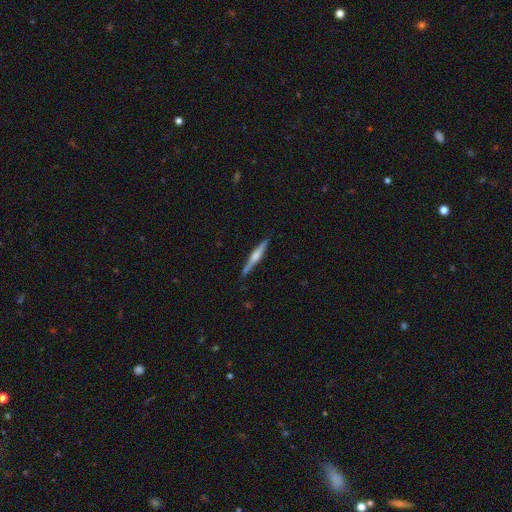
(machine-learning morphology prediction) smooth-or-featured: featured or disk: 63% | smooth: 31% | star or artifact: 6%
  disk-edge-on: yes: 98% | no: 2%
    edge-on-bulge: rounded: 70% | boxy: 20% | none: 10%
  merging: none: 88% | minor disturbance: 9% | major disturbance: 2% | merger: 1%